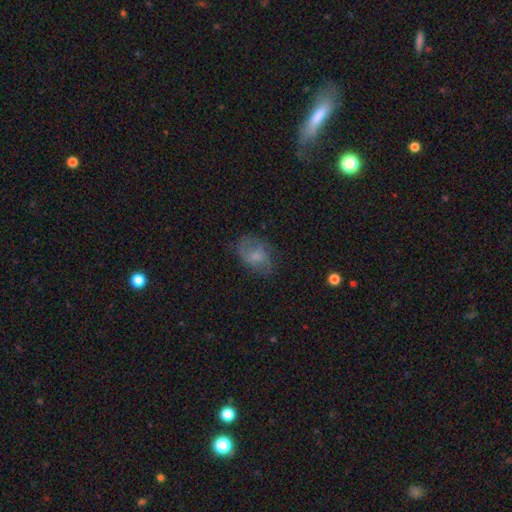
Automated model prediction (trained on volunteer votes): The model was most divided on "smooth or featured": smooth: 51%, featured or disk: 40%, star or artifact: 9%. More confident: how rounded — in between (79%); merging — none (63%).